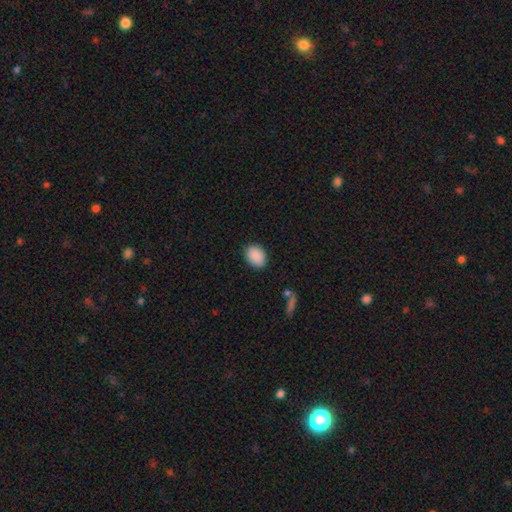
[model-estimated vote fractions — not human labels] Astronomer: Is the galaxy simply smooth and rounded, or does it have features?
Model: smooth — 90%.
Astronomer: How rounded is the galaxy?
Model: in between — 70%.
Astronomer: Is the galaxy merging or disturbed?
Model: none — 87%.